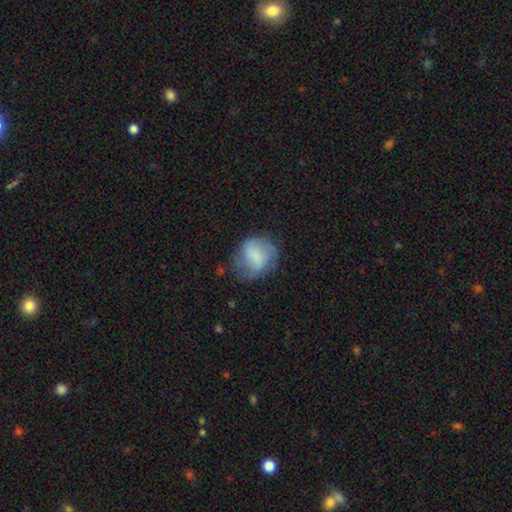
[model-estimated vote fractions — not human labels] Morphology: type=smooth (64%); roundness=round (66%); merging=none (52%).